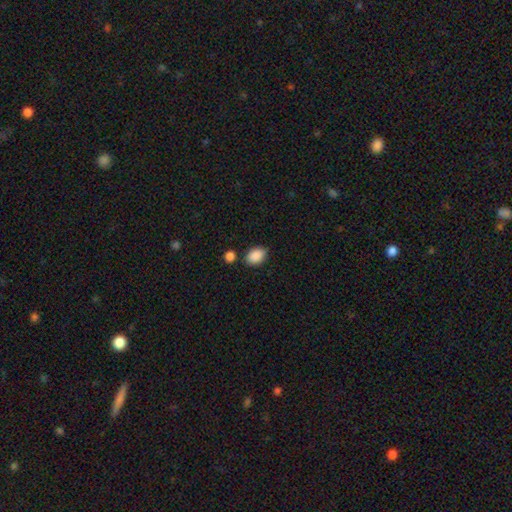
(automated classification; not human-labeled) Overall: smooth (89%). How rounded: in between (84%). Merging: none (78%).